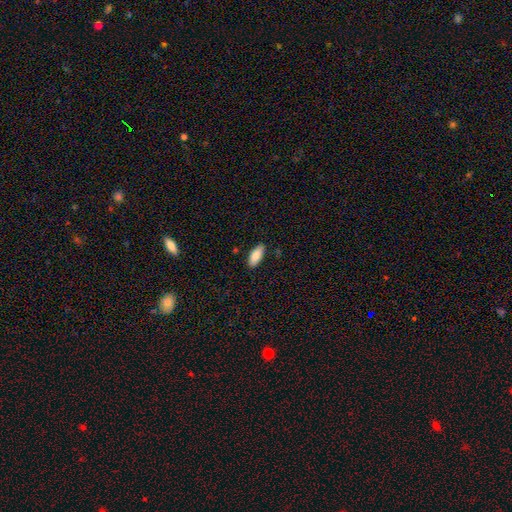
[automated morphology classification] Smooth or featured?
  - smooth: 86% *
  - featured or disk: 7%
  - star or artifact: 6%
How rounded?
  - in between: 82% *
  - cigar-shaped: 16%
  - round: 2%
Merging?
  - none: 85% *
  - minor disturbance: 11%
  - major disturbance: 2%
  - merger: 1%